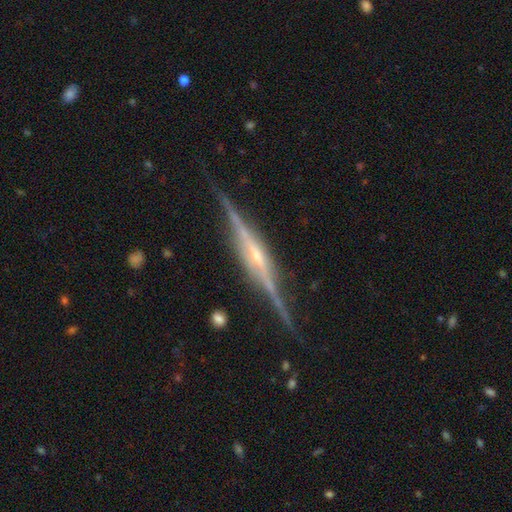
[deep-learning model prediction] smooth_or_featured: featured or disk (p=0.88) [alt: smooth p=0.06]
disk_edge_on: yes (p=0.98) [alt: no p=0.02]
edge_on_bulge: rounded (p=0.62) [alt: boxy p=0.26]
merging: none (p=0.86) [alt: minor disturbance p=0.10]